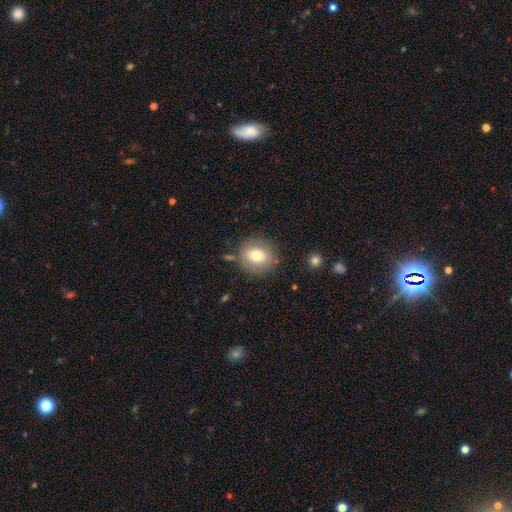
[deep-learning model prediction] Smooth or featured? Predicted: smooth (p=0.76). How rounded? Predicted: round (p=0.81). Merging? Predicted: none (p=0.82).